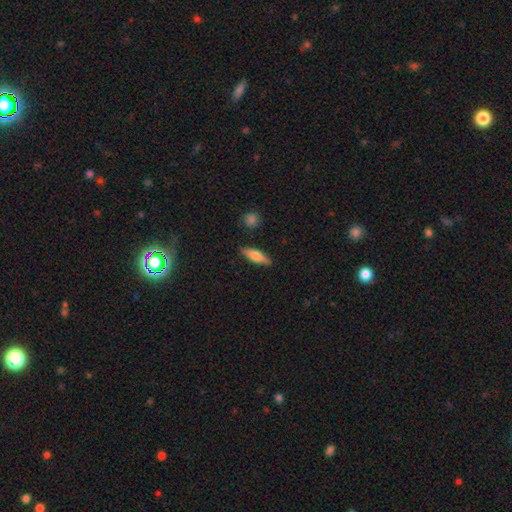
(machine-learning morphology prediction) Smooth or featured?
  - smooth: 62% *
  - featured or disk: 32%
  - star or artifact: 6%
How rounded?
  - cigar-shaped: 54% *
  - in between: 43%
  - round: 3%
Merging?
  - none: 86% *
  - minor disturbance: 10%
  - major disturbance: 2%
  - merger: 2%